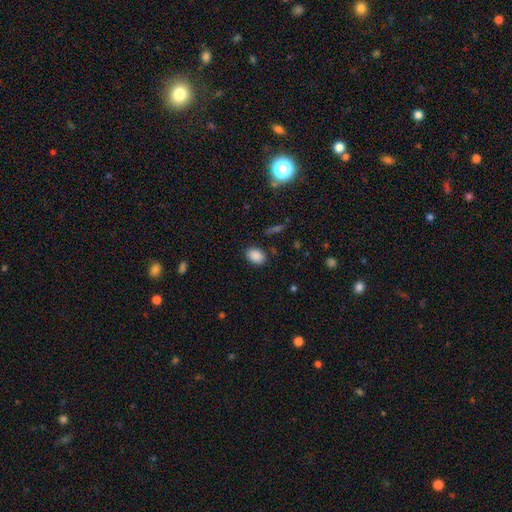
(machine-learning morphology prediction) smooth-or-featured: smooth: 88% | star or artifact: 9% | featured or disk: 4%
  how-rounded: in between: 74% | round: 24% | cigar-shaped: 1%
  merging: none: 85% | minor disturbance: 11% | major disturbance: 3% | merger: 2%